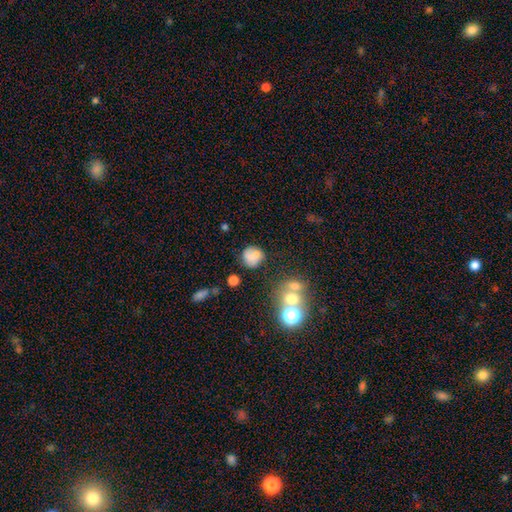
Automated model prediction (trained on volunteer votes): Q: Smooth or featured?
A: smooth (67%); runner-up: featured or disk (21%)
Q: How rounded?
A: round (78%); runner-up: in between (21%)
Q: Merging?
A: none (57%); runner-up: minor disturbance (21%)